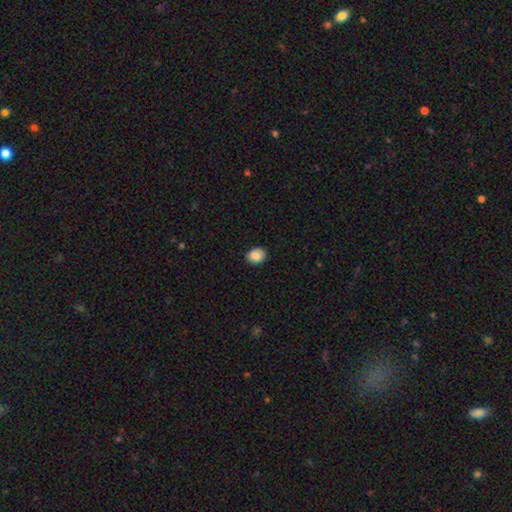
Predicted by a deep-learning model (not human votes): Q: Smooth or featured?
A: smooth (86%); runner-up: star or artifact (8%)
Q: How rounded?
A: in between (56%); runner-up: round (43%)
Q: Merging?
A: none (87%); runner-up: minor disturbance (10%)